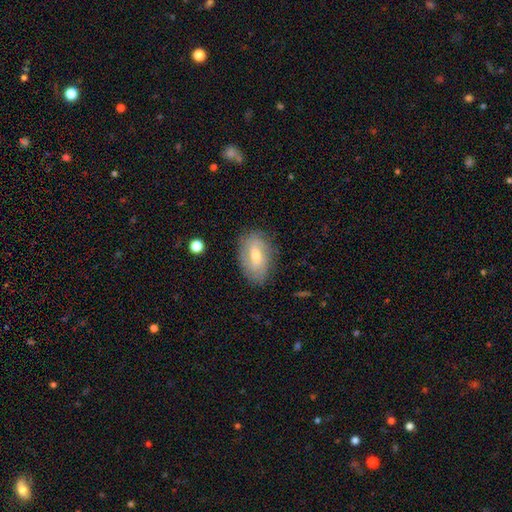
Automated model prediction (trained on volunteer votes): Overall: featured or disk (56%; smooth 36%). Edge-on disk: no (92%). Bar: weak (45%; no 43%). Spiral arms: yes (76%). Bulge size: moderate (54%; small 41%). Merging: none (78%).